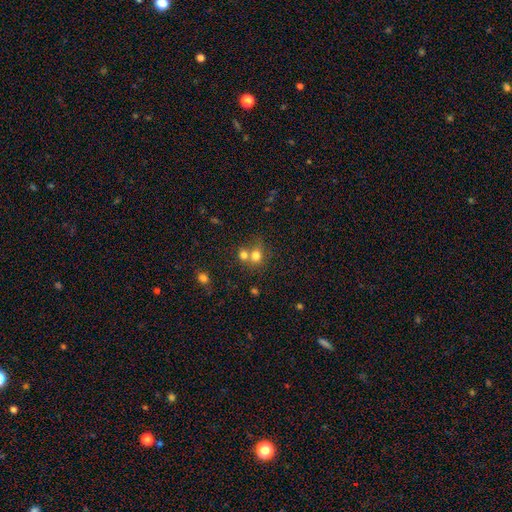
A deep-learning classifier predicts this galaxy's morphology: Smooth or featured?
  - smooth: 75% *
  - star or artifact: 14%
  - featured or disk: 11%
How rounded?
  - round: 71% *
  - in between: 28%
  - cigar-shaped: 1%
Merging?
  - merger: 48% *
  - none: 40%
  - minor disturbance: 8%
  - major disturbance: 4%